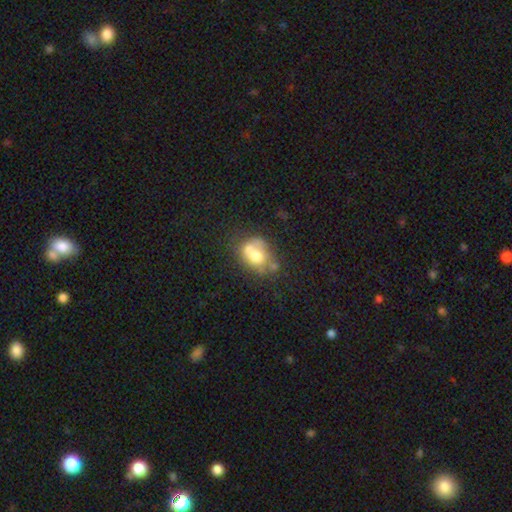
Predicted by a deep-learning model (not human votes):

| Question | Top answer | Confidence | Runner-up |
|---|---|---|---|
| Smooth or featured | smooth | 59% | featured or disk (31%) |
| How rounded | round | 54% | in between (45%) |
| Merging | merger | 52% | none (27%) |